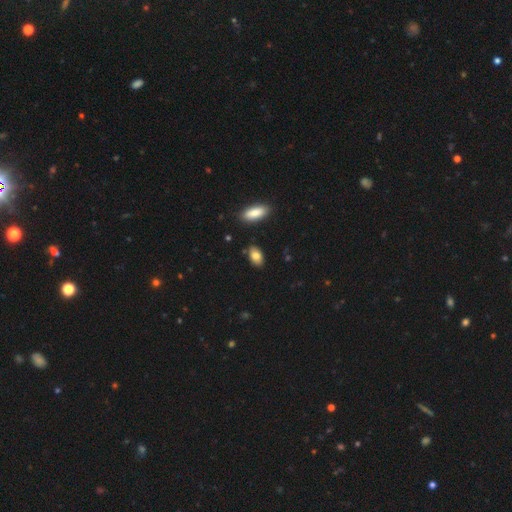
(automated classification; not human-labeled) Smooth or featured?
  - smooth: 82% *
  - featured or disk: 10%
  - star or artifact: 7%
How rounded?
  - in between: 91% *
  - round: 6%
  - cigar-shaped: 3%
Merging?
  - none: 82% *
  - minor disturbance: 12%
  - merger: 3%
  - major disturbance: 2%